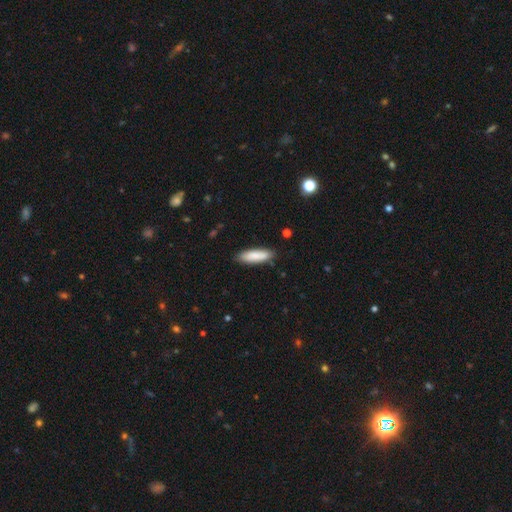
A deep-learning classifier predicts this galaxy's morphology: A smooth galaxy with no disk features (86%) that is cigar-shaped (54%).

Vote fractions:
- Smooth or featured? smooth: 86% / featured or disk: 9% / star or artifact: 5%
- How rounded? cigar-shaped: 54% / in between: 44% / round: 1%
- Merging? none: 85% / minor disturbance: 11% / major disturbance: 2% / merger: 1%